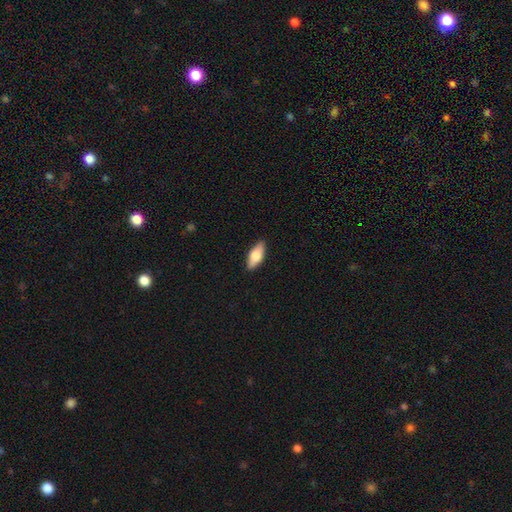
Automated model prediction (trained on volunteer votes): Morphology: type=smooth (70%); roundness=in between (78%); merging=none (88%).